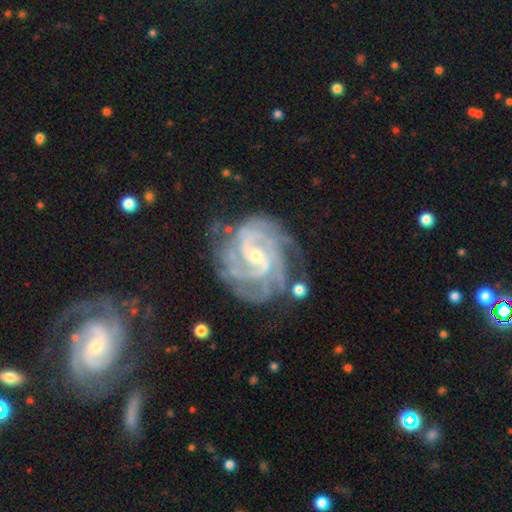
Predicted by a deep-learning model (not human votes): Morphology: type=featured or disk (92%); edge-on=no (98%); bar=weak (43%); spiral arms=yes (98%); winding=tight (60%); arm count=3 (28%); bulge=small (68%); merging=none (68%).